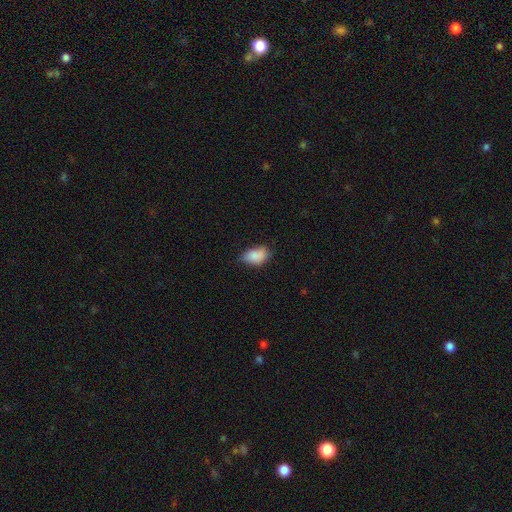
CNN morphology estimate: The model was most divided on "merging": none: 64%, minor disturbance: 29%, major disturbance: 5%, merger: 1%. More confident: how rounded — in between (89%); smooth or featured — smooth (87%).